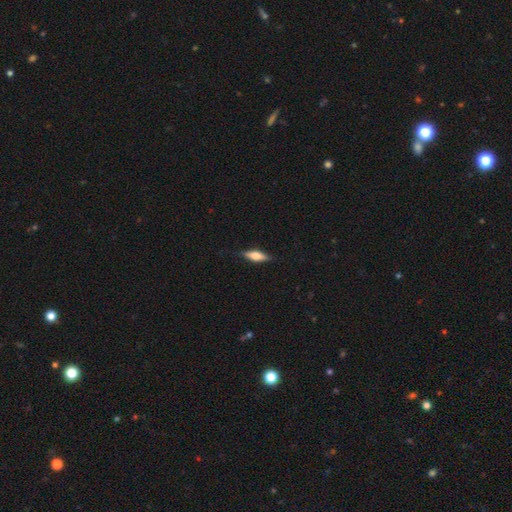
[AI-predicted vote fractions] Smooth or featured: smooth — 53% (featured or disk — 41%)
How rounded: cigar-shaped — 49% (in between — 48%)
Merging: none — 85% (minor disturbance — 12%)